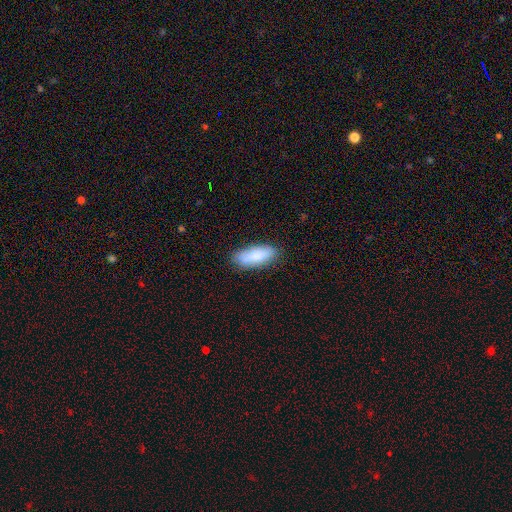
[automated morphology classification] smooth_or_featured: smooth (p=0.85) [alt: featured or disk p=0.09]
how_rounded: in between (p=0.74) [alt: cigar-shaped p=0.24]
merging: none (p=0.83) [alt: minor disturbance p=0.13]